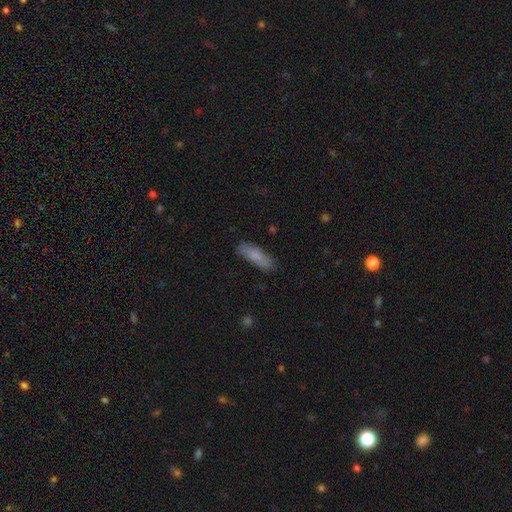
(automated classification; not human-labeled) A smooth galaxy with no disk features (81%) that is cigar-shaped (56%).

Vote fractions:
- Smooth or featured? smooth: 81% / featured or disk: 12% / star or artifact: 6%
- How rounded? cigar-shaped: 56% / in between: 43% / round: 2%
- Merging? none: 80% / minor disturbance: 15% / major disturbance: 3% / merger: 2%